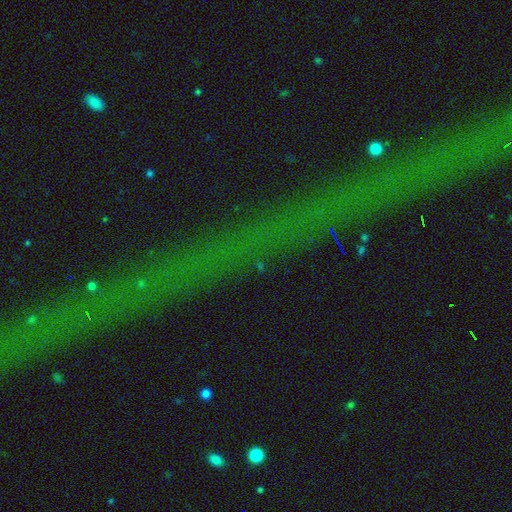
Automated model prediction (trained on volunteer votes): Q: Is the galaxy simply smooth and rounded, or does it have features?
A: star or artifact — 74%.